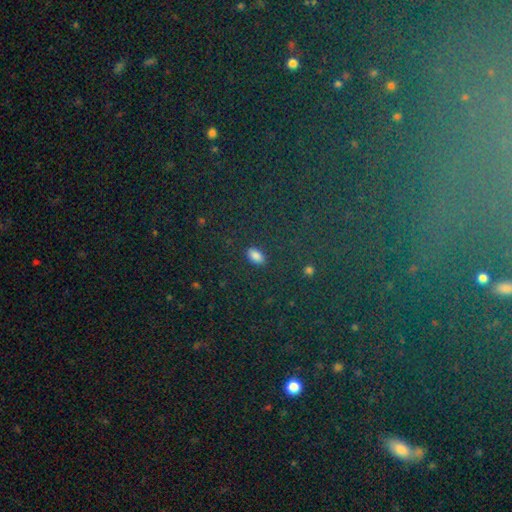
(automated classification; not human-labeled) smooth-or-featured: smooth: 82% | star or artifact: 14% | featured or disk: 5%
  how-rounded: in between: 92% | round: 5% | cigar-shaped: 3%
  merging: none: 88% | minor disturbance: 8% | major disturbance: 3% | merger: 1%